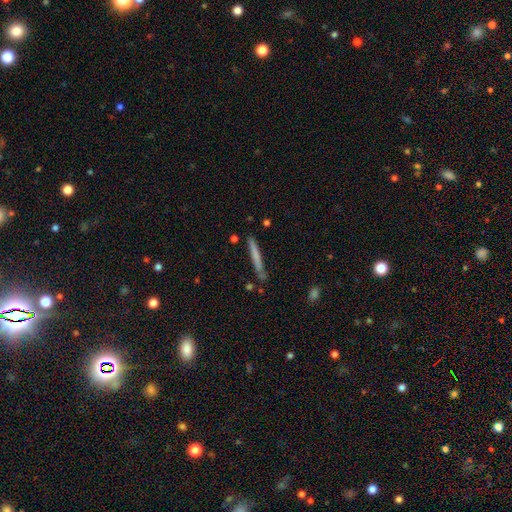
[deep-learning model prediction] A smooth galaxy with no disk features (64%) that is cigar-shaped (96%).

Vote fractions:
- Smooth or featured? smooth: 64% / featured or disk: 29% / star or artifact: 7%
- How rounded? cigar-shaped: 96% / in between: 3% / round: 1%
- Merging? none: 79% / minor disturbance: 14% / merger: 4% / major disturbance: 3%